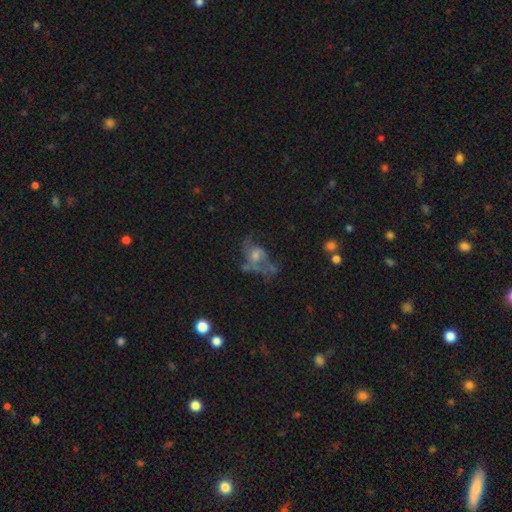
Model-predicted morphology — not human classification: A featured or disk galaxy (54%) with no bar (79%), no spiral arms (53%) and a moderate central bulge (45%). Merging: major disturbance (37%).